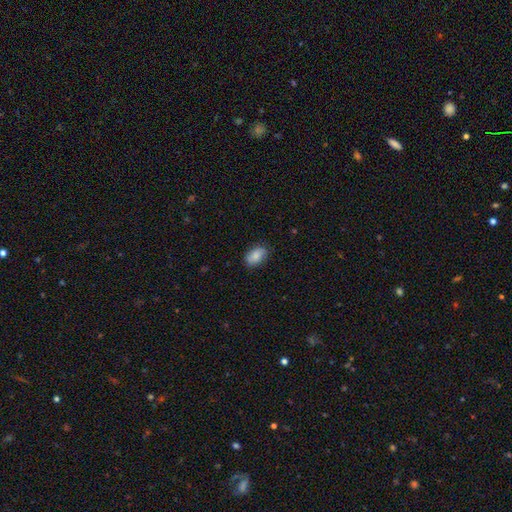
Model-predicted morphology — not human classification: Smooth or featured? Predicted: smooth (p=0.79). How rounded? Predicted: in between (p=0.89). Merging? Predicted: none (p=0.77).